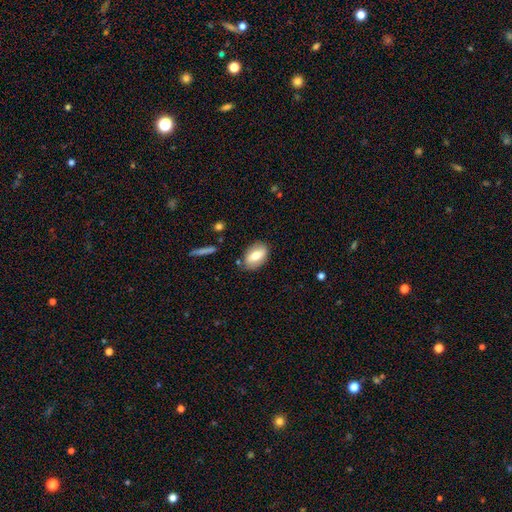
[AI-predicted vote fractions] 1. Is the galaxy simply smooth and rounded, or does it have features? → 67% smooth, 26% featured or disk, 7% star or artifact.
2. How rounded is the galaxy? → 87% in between, 11% round, 2% cigar-shaped.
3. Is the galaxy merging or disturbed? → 81% none, 13% minor disturbance, 3% major disturbance, 2% merger.